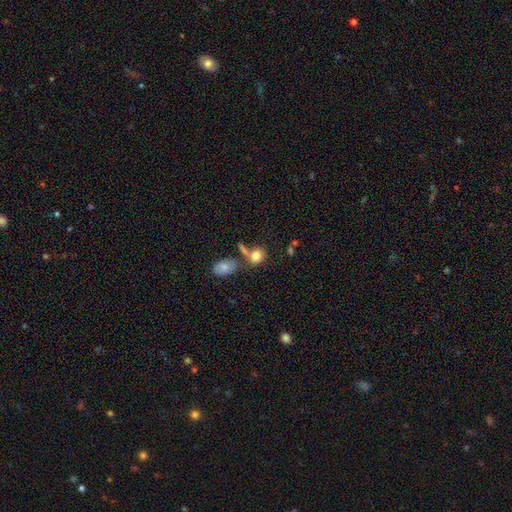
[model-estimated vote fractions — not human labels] Q: Smooth or featured?
A: smooth (78%); runner-up: featured or disk (11%)
Q: How rounded?
A: round (57%); runner-up: in between (41%)
Q: Merging?
A: none (50%); runner-up: merger (30%)